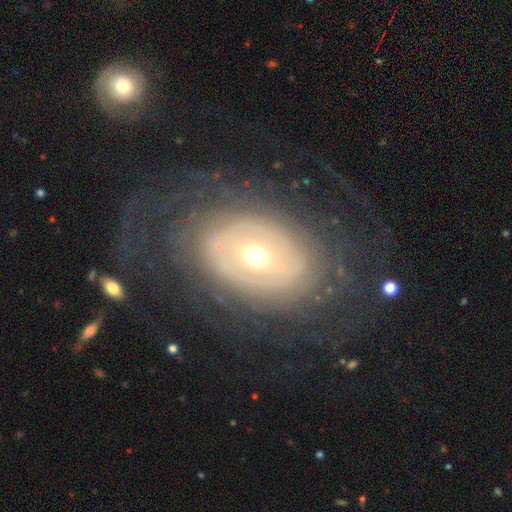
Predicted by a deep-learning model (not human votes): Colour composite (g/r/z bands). It shows a featured or disk galaxy (78%) with no bar (65%), spiral arms (65%) and a moderate central bulge (65%). Merging: none (68%).